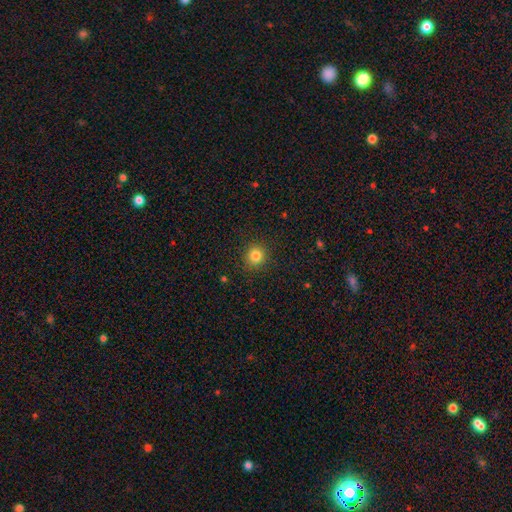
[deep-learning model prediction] Q: Smooth or featured?
A: smooth (84%); runner-up: star or artifact (12%)
Q: How rounded?
A: round (90%); runner-up: in between (9%)
Q: Merging?
A: none (90%); runner-up: minor disturbance (6%)